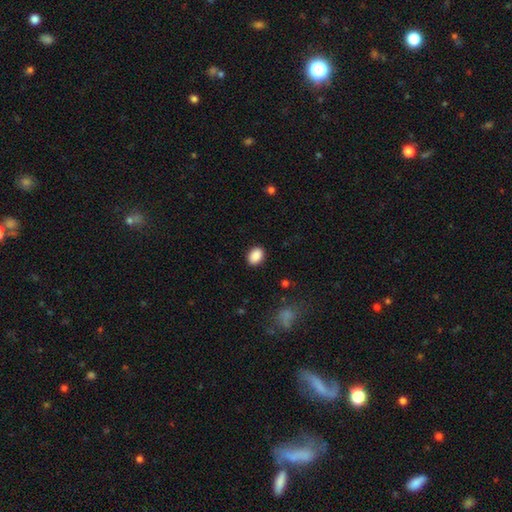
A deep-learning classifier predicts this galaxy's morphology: smooth_or_featured: smooth (p=0.89) [alt: star or artifact p=0.08]
how_rounded: in between (p=0.77) [alt: round p=0.22]
merging: none (p=0.89) [alt: minor disturbance p=0.08]